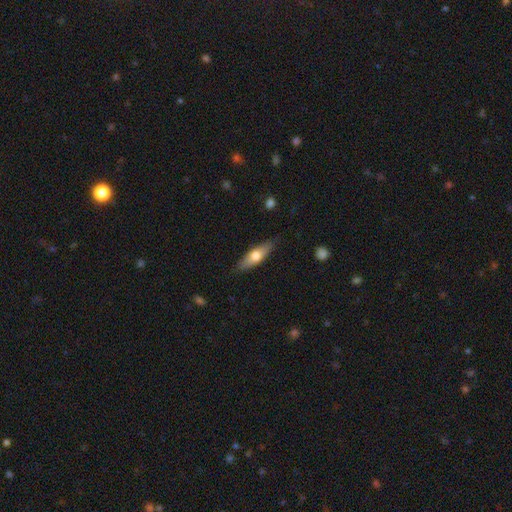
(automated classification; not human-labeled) The model was most divided on "how rounded": in between: 49%, cigar-shaped: 48%, round: 3%. More confident: merging — none (85%); smooth or featured — smooth (57%).